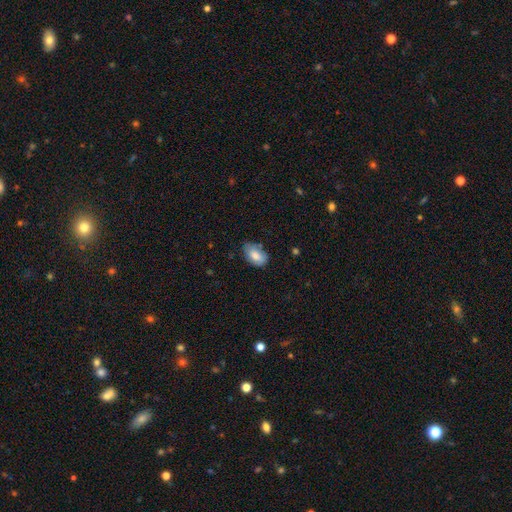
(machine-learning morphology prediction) A smooth galaxy with no disk features (80%) that is in between round and cigar-shaped (93%).

Vote fractions:
- Smooth or featured? smooth: 80% / featured or disk: 13% / star or artifact: 7%
- How rounded? in between: 93% / round: 6% / cigar-shaped: 2%
- Merging? none: 63% / minor disturbance: 30% / major disturbance: 6% / merger: 2%